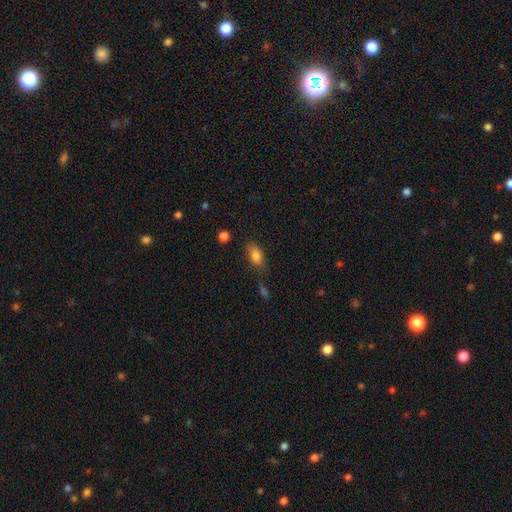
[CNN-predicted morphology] type=smooth (82%); roundness=in between (87%); merging=none (67%).